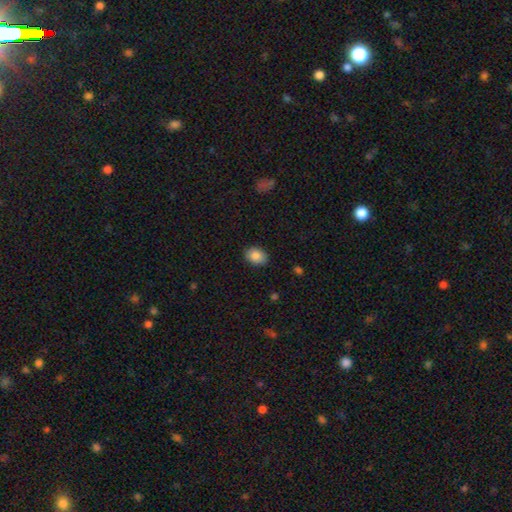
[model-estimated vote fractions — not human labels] smooth-or-featured: smooth: 86% | star or artifact: 8% | featured or disk: 6%
  how-rounded: in between: 71% | round: 28% | cigar-shaped: 1%
  merging: none: 87% | minor disturbance: 10% | major disturbance: 2% | merger: 1%